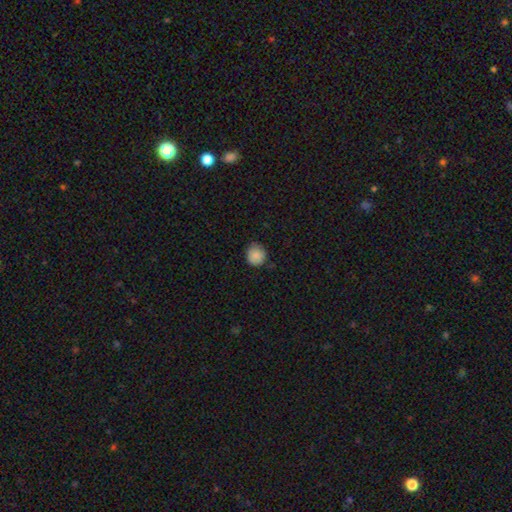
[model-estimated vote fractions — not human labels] Smooth or featured?
  - smooth: 87% *
  - star or artifact: 9%
  - featured or disk: 4%
How rounded?
  - round: 88% *
  - in between: 11%
  - cigar-shaped: 1%
Merging?
  - none: 78% *
  - minor disturbance: 18%
  - major disturbance: 3%
  - merger: 1%